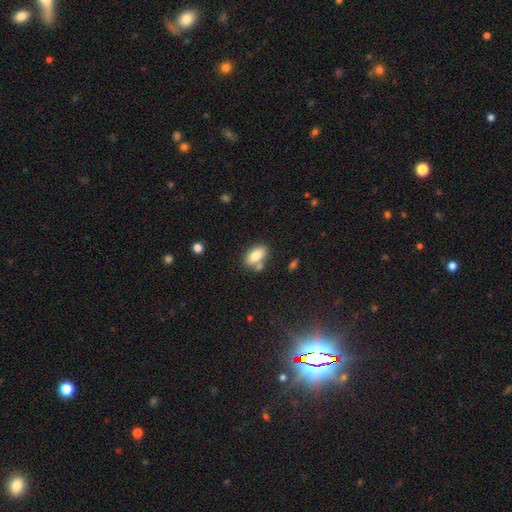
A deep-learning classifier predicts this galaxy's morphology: Smooth or featured?
  - smooth: 79% *
  - featured or disk: 13%
  - star or artifact: 7%
How rounded?
  - in between: 90% *
  - round: 5%
  - cigar-shaped: 5%
Merging?
  - none: 65% *
  - merger: 18%
  - minor disturbance: 13%
  - major disturbance: 3%